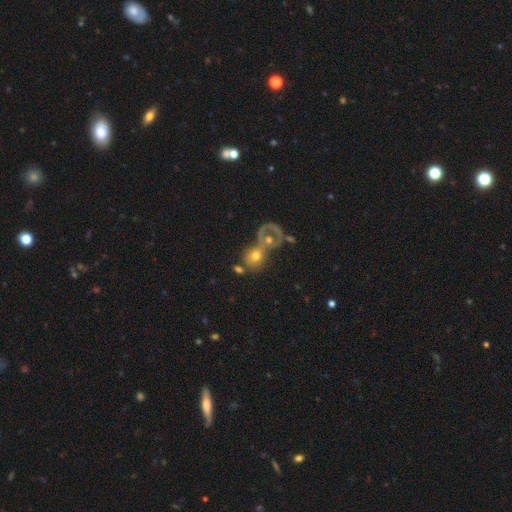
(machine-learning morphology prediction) Q: Smooth or featured?
A: smooth (48%); runner-up: featured or disk (39%)
Q: Merging?
A: merger (61%); runner-up: none (22%)